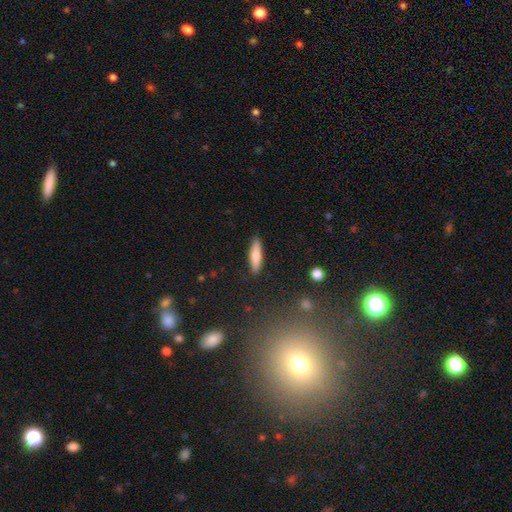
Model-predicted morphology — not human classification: Q: Smooth or featured?
A: smooth (78%); runner-up: featured or disk (16%)
Q: How rounded?
A: cigar-shaped (71%); runner-up: in between (27%)
Q: Merging?
A: none (89%); runner-up: minor disturbance (8%)